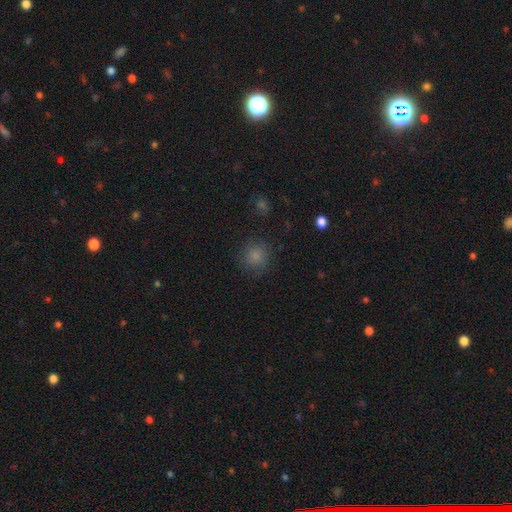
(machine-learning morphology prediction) type=smooth (83%); roundness=round (91%); merging=none (84%).